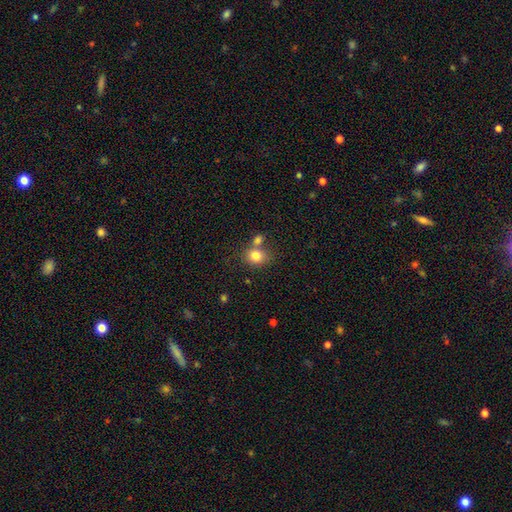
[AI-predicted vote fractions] A smooth galaxy with no disk features (81%) that is round (69%). Merging: none (57%).